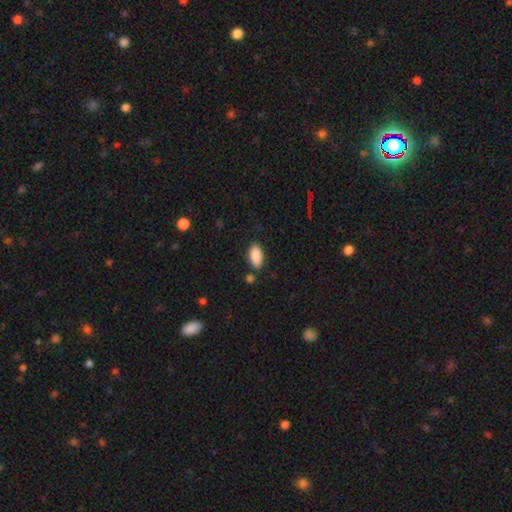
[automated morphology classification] smooth_or_featured: smooth (p=0.88) [alt: star or artifact p=0.07]
how_rounded: in between (p=0.92) [alt: cigar-shaped p=0.06]
merging: none (p=0.82) [alt: minor disturbance p=0.11]